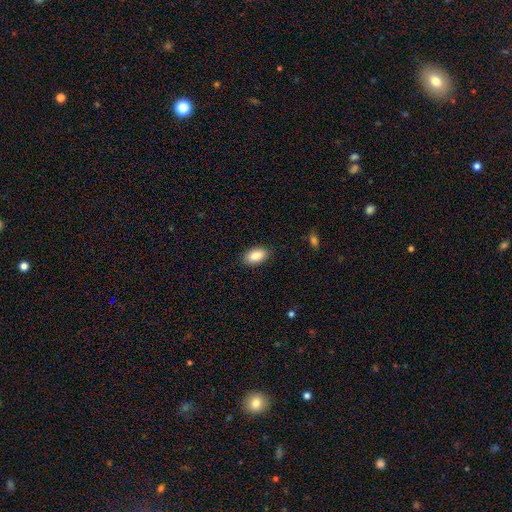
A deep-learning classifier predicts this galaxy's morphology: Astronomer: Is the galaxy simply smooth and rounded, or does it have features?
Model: smooth — 87%.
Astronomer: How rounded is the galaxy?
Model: in between — 93%.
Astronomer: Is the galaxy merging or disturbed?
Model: none — 88%.